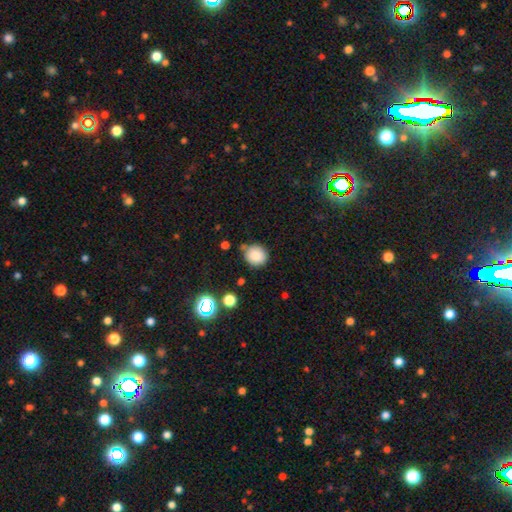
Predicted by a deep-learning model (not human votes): A smooth galaxy with no disk features (83%) that is round (90%).

Vote fractions:
- Smooth or featured? smooth: 83% / star or artifact: 11% / featured or disk: 6%
- How rounded? round: 90% / in between: 9% / cigar-shaped: 1%
- Merging? none: 74% / minor disturbance: 16% / merger: 6% / major disturbance: 3%